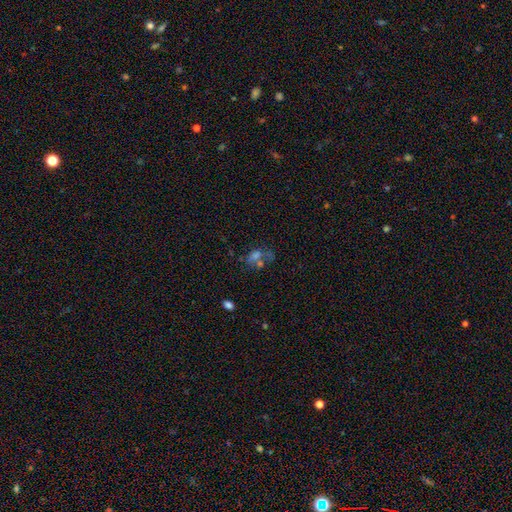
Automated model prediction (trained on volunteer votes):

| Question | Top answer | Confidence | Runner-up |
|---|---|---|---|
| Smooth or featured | smooth | 36% | featured or disk (32%) |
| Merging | none | 38% | merger (31%) |